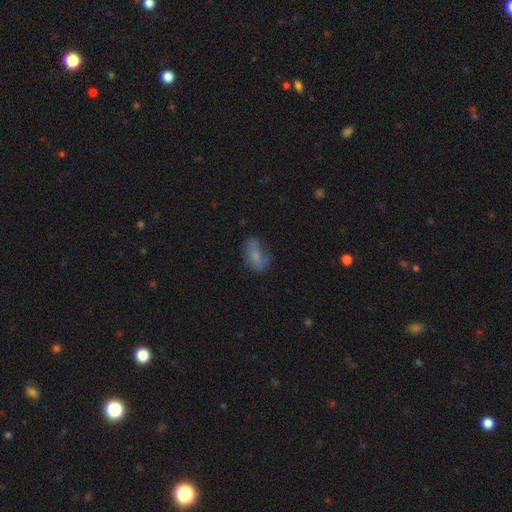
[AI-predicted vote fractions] Smooth or featured? Predicted: smooth (p=0.64). How rounded? Predicted: in between (p=0.87). Merging? Predicted: none (p=0.54).